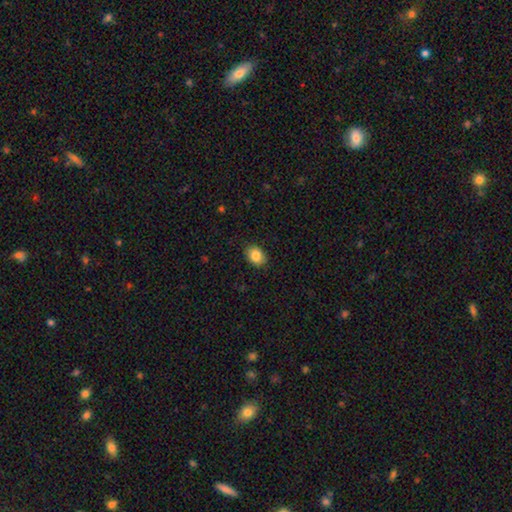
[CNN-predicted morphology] smooth-or-featured: smooth: 86% | star or artifact: 8% | featured or disk: 6%
  how-rounded: in between: 67% | round: 32% | cigar-shaped: 1%
  merging: none: 86% | minor disturbance: 11% | major disturbance: 2% | merger: 1%